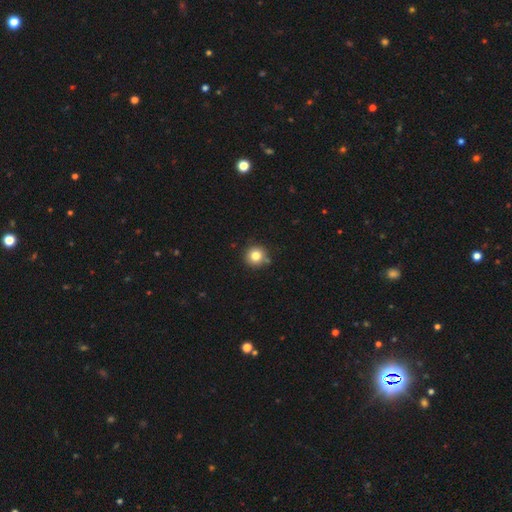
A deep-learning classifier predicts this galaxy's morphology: Overall: smooth (80%). How rounded: round (94%). Merging: none (83%).